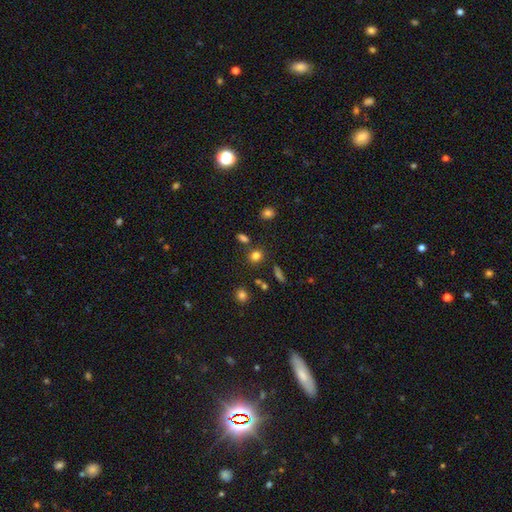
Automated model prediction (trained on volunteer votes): Smooth or featured? smooth (79%)
How rounded? round (70%)
Merging? none (78%)